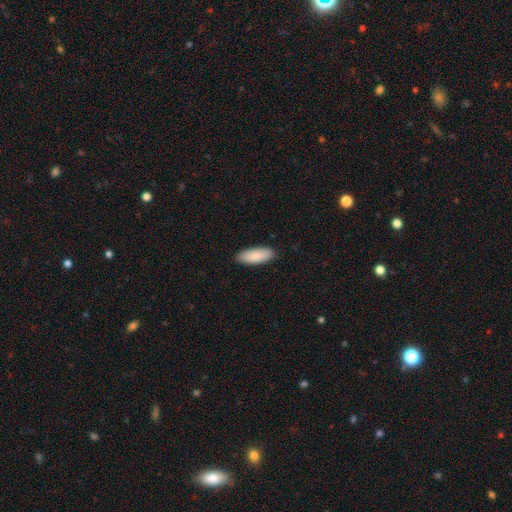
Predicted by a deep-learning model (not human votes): Smooth or featured: smooth — 88% (featured or disk — 6%)
How rounded: in between — 73% (cigar-shaped — 26%)
Merging: none — 88% (minor disturbance — 9%)